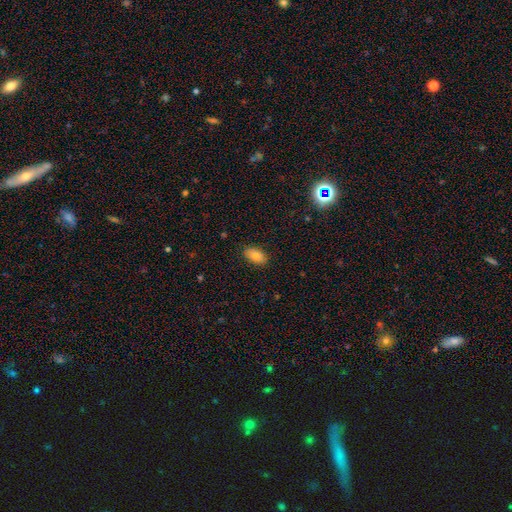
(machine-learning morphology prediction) A smooth galaxy with no disk features (83%) that is in between round and cigar-shaped (93%).

Vote fractions:
- Smooth or featured? smooth: 83% / featured or disk: 9% / star or artifact: 8%
- How rounded? in between: 93% / round: 5% / cigar-shaped: 3%
- Merging? none: 88% / minor disturbance: 9% / major disturbance: 2% / merger: 1%